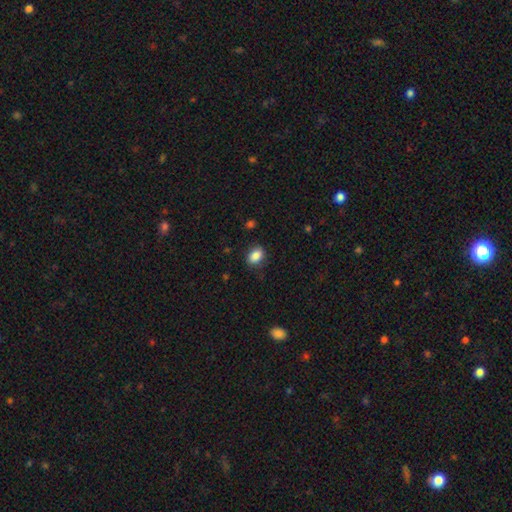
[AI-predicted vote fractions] Smooth or featured? Predicted: smooth (p=0.86). How rounded? Predicted: in between (p=0.76). Merging? Predicted: none (p=0.81).